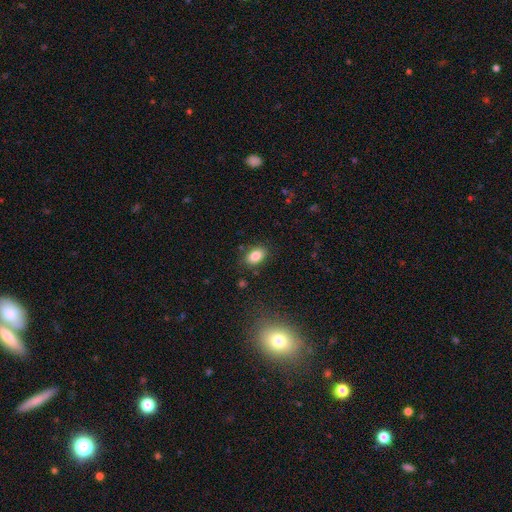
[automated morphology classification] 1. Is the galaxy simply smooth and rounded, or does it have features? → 85% smooth, 9% star or artifact, 6% featured or disk.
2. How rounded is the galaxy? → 85% in between, 13% round, 1% cigar-shaped.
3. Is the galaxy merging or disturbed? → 84% none, 11% minor disturbance, 3% major disturbance, 2% merger.